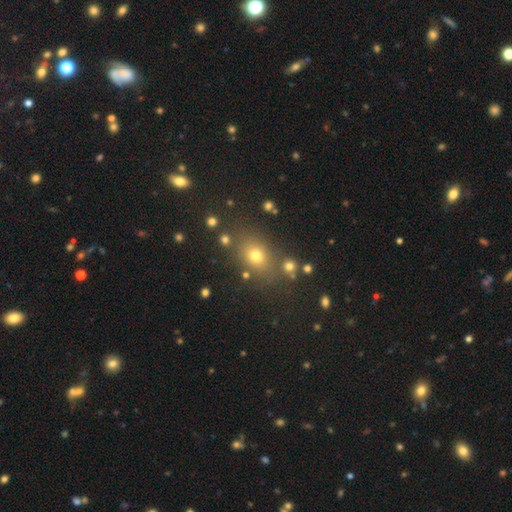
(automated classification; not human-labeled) A smooth galaxy with no disk features (64%) that is in between round and cigar-shaped (52%). Merging: none (78%).